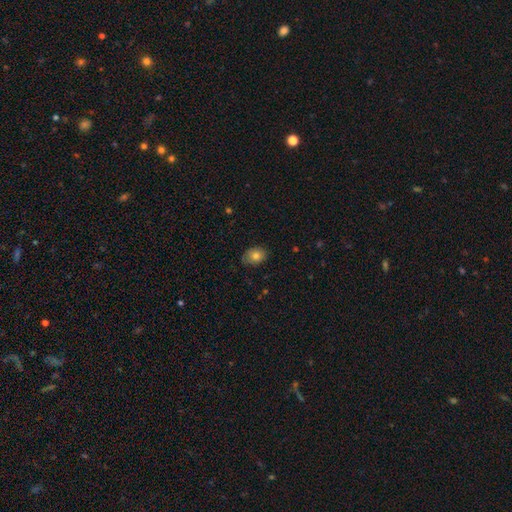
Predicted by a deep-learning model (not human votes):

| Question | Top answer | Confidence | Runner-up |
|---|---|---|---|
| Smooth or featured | smooth | 78% | featured or disk (13%) |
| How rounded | in between | 72% | round (27%) |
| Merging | none | 74% | minor disturbance (21%) |